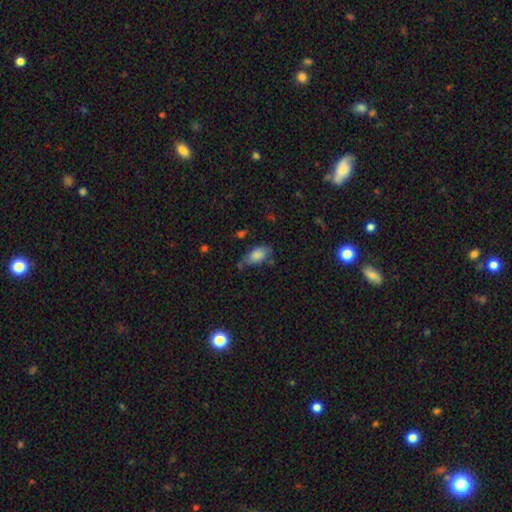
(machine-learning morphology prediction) Smooth or featured? smooth (79%)
How rounded? in between (91%)
Merging? none (52%)